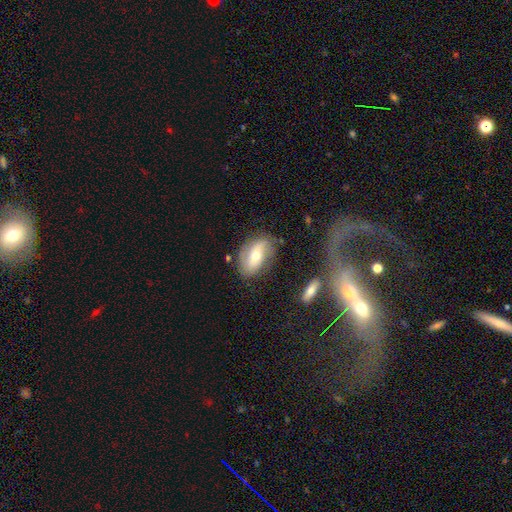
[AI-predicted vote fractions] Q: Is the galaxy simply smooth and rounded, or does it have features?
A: featured or disk — 56%.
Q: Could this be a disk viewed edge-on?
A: no — 90%.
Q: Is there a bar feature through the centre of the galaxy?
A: no — 43%.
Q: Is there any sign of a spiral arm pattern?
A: yes — 75%.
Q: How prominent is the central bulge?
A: moderate — 60%.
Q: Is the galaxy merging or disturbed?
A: none — 72%.